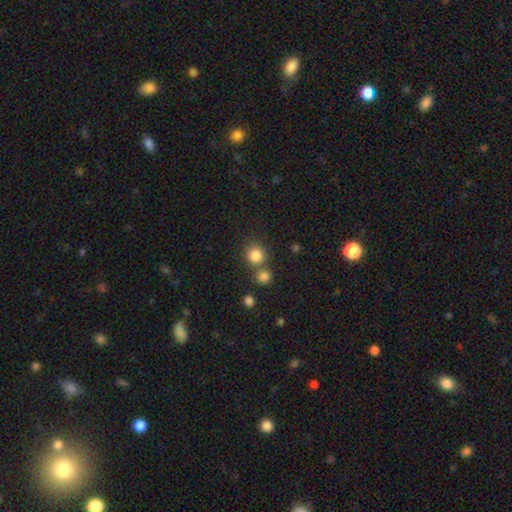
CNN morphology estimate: Smooth or featured? smooth (84%)
How rounded? round (90%)
Merging? none (67%)